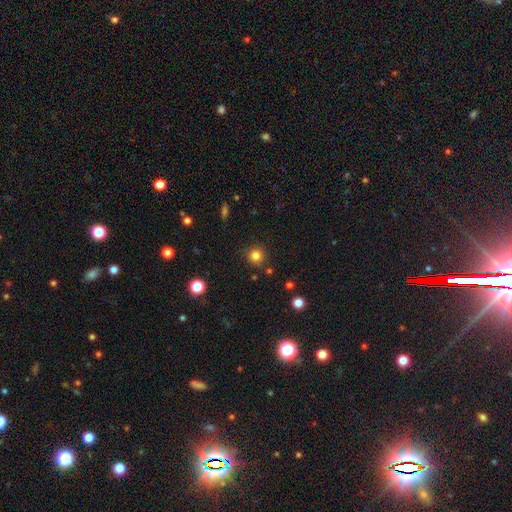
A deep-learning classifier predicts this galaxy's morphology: type=smooth (81%); roundness=round (93%); merging=none (87%).